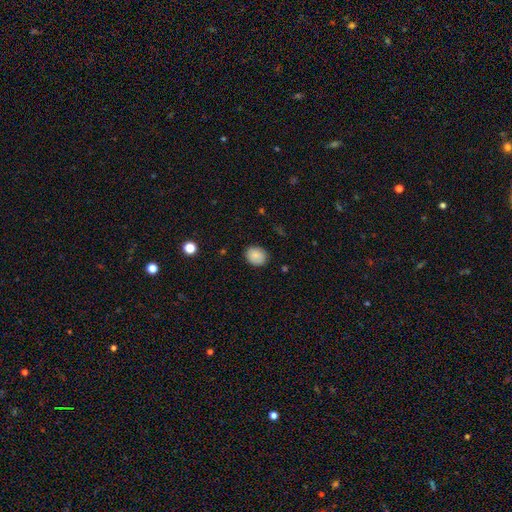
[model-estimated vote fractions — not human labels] This appears to be a smooth galaxy with no disk features (86%) that is round (57%). Merging: none (85%).